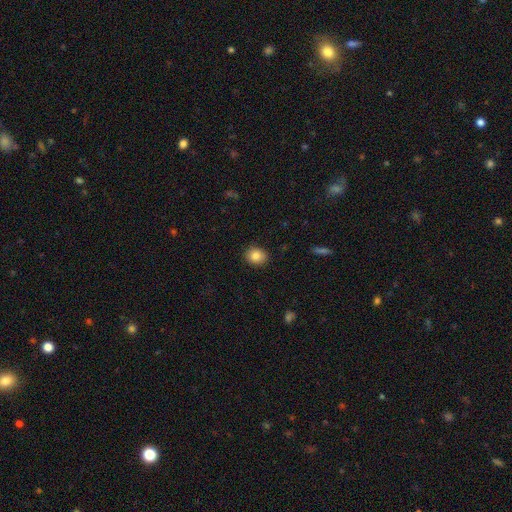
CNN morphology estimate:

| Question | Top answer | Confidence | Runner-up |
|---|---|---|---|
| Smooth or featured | smooth | 85% | star or artifact (9%) |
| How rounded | round | 62% | in between (37%) |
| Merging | none | 88% | minor disturbance (9%) |